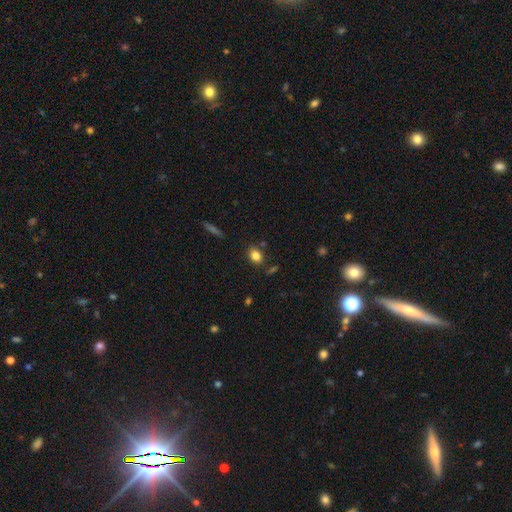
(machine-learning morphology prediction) This is clearly a smooth galaxy (83%). How rounded: likely in between (67%). Merging: likely none (80%).